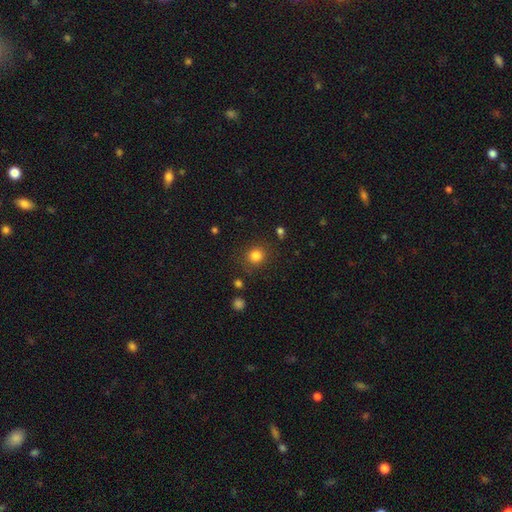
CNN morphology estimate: This is clearly a smooth galaxy (83%). How rounded: clearly round (88%). Merging: clearly none (84%).